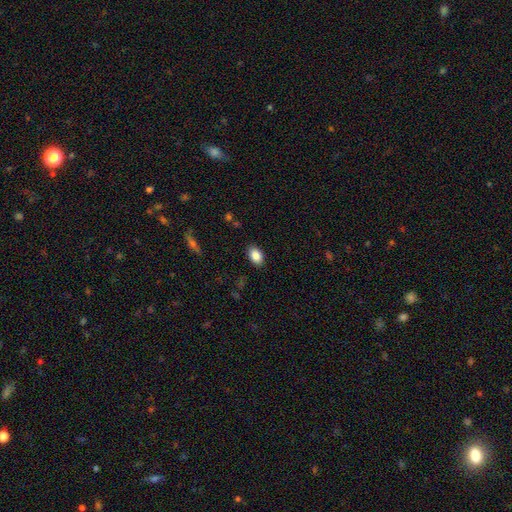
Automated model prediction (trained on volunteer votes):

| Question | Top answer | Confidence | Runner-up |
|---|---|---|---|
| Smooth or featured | smooth | 87% | star or artifact (8%) |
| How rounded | in between | 88% | round (10%) |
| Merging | none | 87% | minor disturbance (10%) |